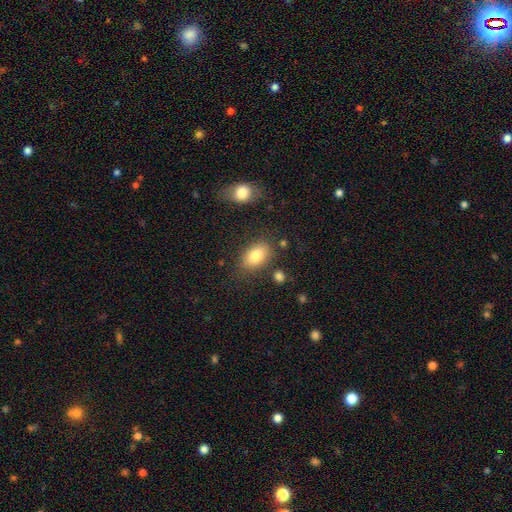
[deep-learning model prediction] Smooth or featured?
  - smooth: 82% *
  - featured or disk: 10%
  - star or artifact: 8%
How rounded?
  - in between: 87% *
  - round: 11%
  - cigar-shaped: 2%
Merging?
  - none: 78% *
  - minor disturbance: 13%
  - merger: 5%
  - major disturbance: 4%